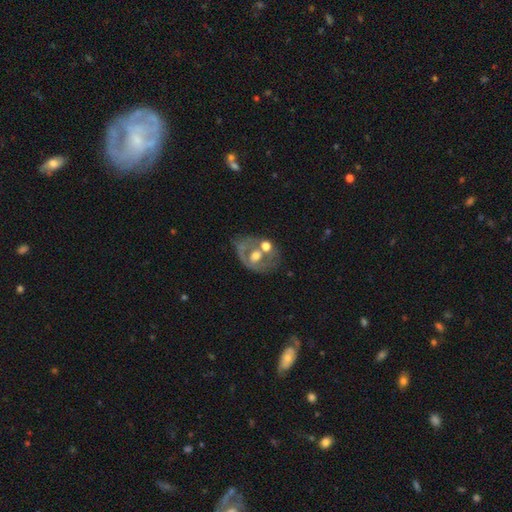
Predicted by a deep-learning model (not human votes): smooth-or-featured: featured or disk: 60% | smooth: 31% | star or artifact: 9%
  disk-edge-on: no: 95% | yes: 5%
    bar: no: 74% | weak: 19% | strong: 7%
    has-spiral-arms: no: 73% | yes: 27%
    bulge-size: moderate: 66% | large: 16% | small: 12% | none: 4% | dominant: 2%
  merging: none: 41% | merger: 28% | minor disturbance: 17% | major disturbance: 13%